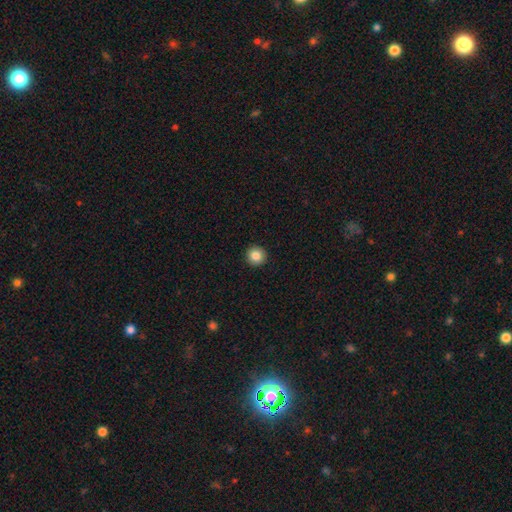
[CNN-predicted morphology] This is clearly a smooth galaxy (86%). How rounded: clearly round (95%). Merging: clearly none (93%).